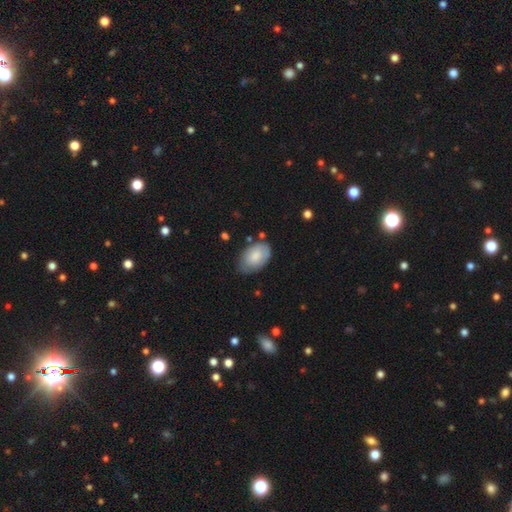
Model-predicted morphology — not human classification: Overall: smooth (74%). How rounded: in between (91%). Merging: none (65%; minor disturbance 26%).